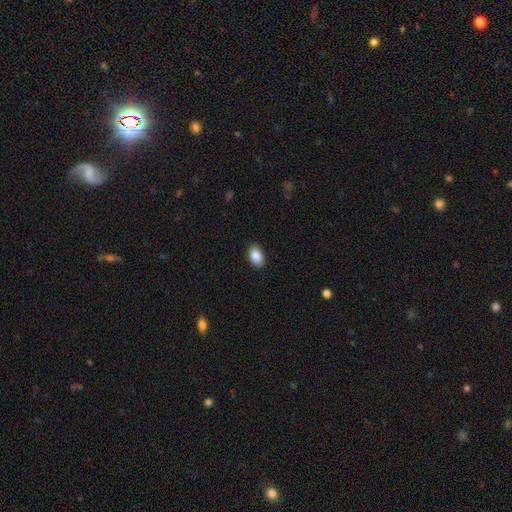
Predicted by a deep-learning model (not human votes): Smooth or featured?
  - smooth: 86% *
  - star or artifact: 7%
  - featured or disk: 6%
How rounded?
  - in between: 89% *
  - round: 10%
  - cigar-shaped: 1%
Merging?
  - none: 89% *
  - minor disturbance: 8%
  - major disturbance: 2%
  - merger: 1%